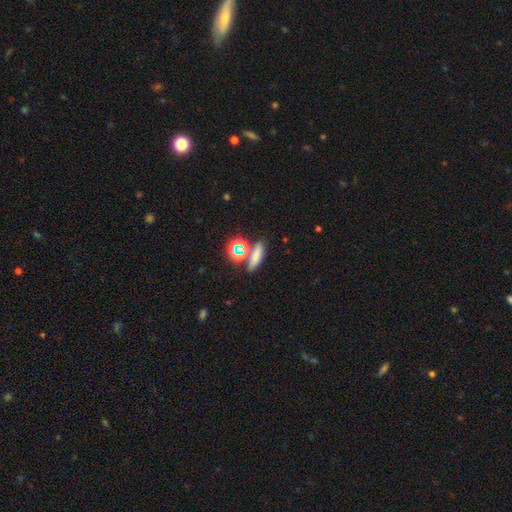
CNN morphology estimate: smooth-or-featured: smooth: 68% | star or artifact: 21% | featured or disk: 10%
  how-rounded: cigar-shaped: 46% | in between: 34% | round: 20%
  merging: none: 70% | merger: 15% | minor disturbance: 10% | major disturbance: 4%